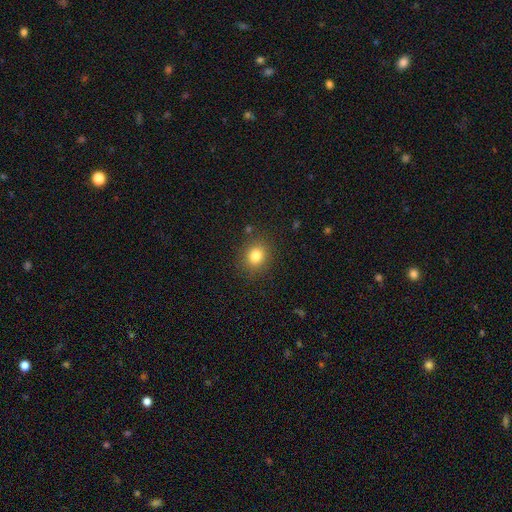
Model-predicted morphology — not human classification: Q: Smooth or featured?
A: smooth (81%); runner-up: star or artifact (12%)
Q: How rounded?
A: round (68%); runner-up: in between (31%)
Q: Merging?
A: none (86%); runner-up: minor disturbance (9%)